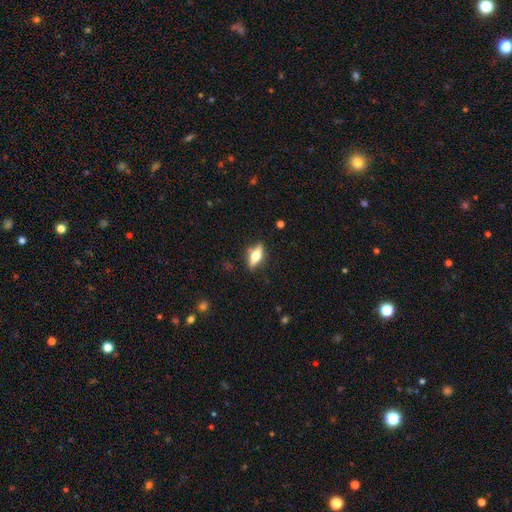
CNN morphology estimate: type=smooth (47%); merging=none (82%).